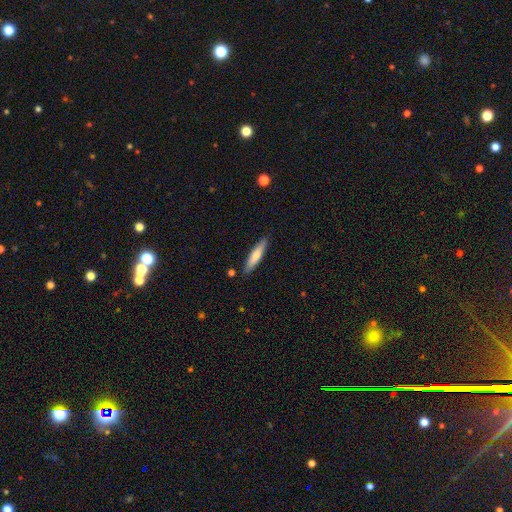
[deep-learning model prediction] smooth_or_featured: smooth (p=0.69) [alt: featured or disk p=0.26]
how_rounded: cigar-shaped (p=0.83) [alt: in between p=0.15]
merging: none (p=0.86) [alt: minor disturbance p=0.10]